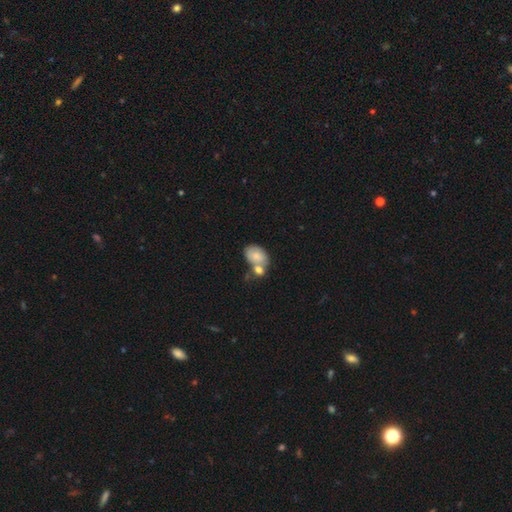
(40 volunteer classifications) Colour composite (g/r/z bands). It shows a smooth galaxy with no disk features (80%) that is in between round and cigar-shaped (94%). Merging: merger (45%).